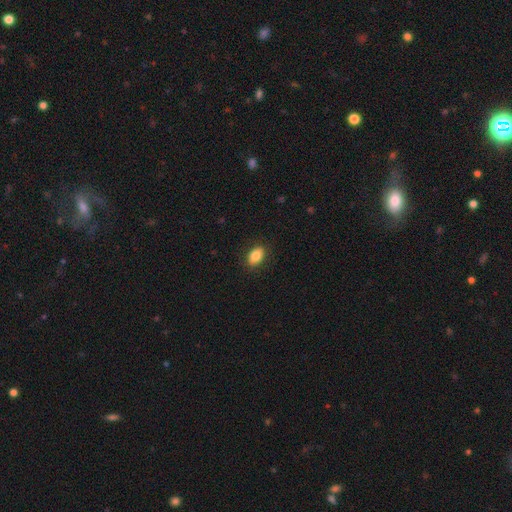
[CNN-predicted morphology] This appears to be a smooth galaxy with no disk features (86%) that is in between round and cigar-shaped (84%). Merging: none (88%).